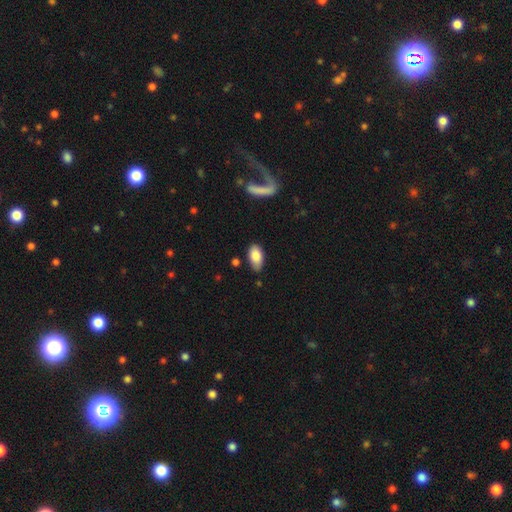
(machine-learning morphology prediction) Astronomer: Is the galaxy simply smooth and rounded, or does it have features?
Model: smooth — 84%.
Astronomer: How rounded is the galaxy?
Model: in between — 93%.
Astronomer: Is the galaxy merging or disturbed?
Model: none — 74%.